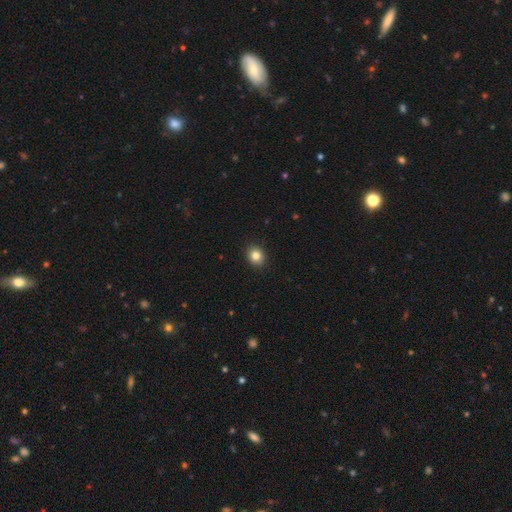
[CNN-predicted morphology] A smooth galaxy with no disk features (83%) that is round (69%).

Vote fractions:
- Smooth or featured? smooth: 83% / star or artifact: 11% / featured or disk: 6%
- How rounded? round: 69% / in between: 30% / cigar-shaped: 1%
- Merging? none: 91% / minor disturbance: 6% / major disturbance: 2% / merger: 1%